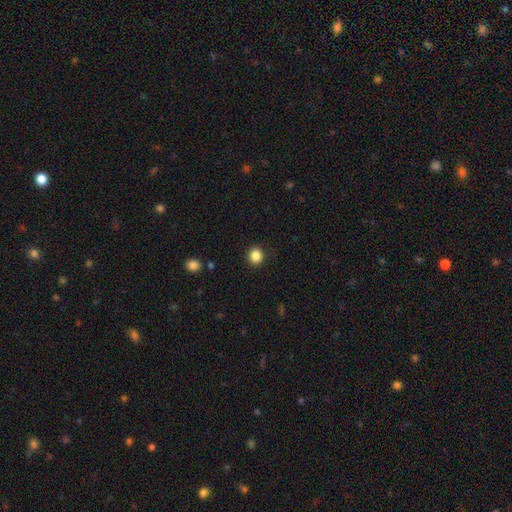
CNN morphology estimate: This appears to be a smooth galaxy with no disk features (86%) that is round (86%). Merging: none (91%).